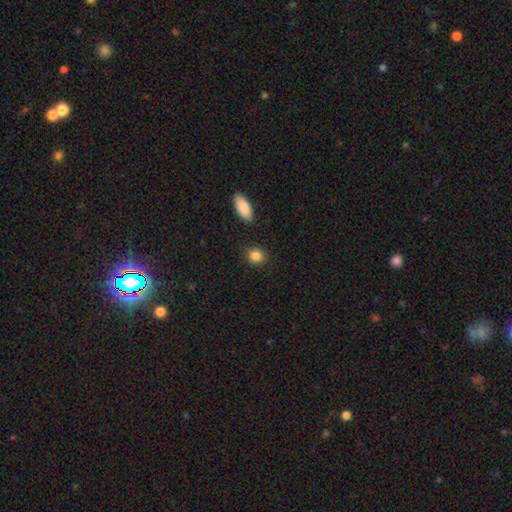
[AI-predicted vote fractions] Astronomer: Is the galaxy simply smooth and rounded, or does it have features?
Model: smooth — 87%.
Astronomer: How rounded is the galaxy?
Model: round — 60% (runner-up: in between, 38%).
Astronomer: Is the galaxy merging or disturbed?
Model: none — 87%.